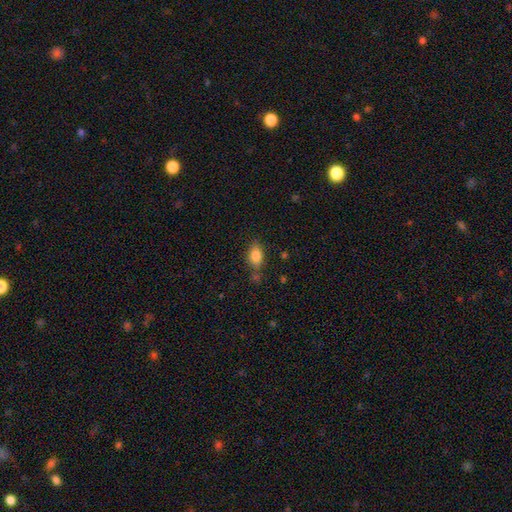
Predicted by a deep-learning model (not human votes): Smooth or featured? smooth (80%)
How rounded? in between (84%)
Merging? none (70%)